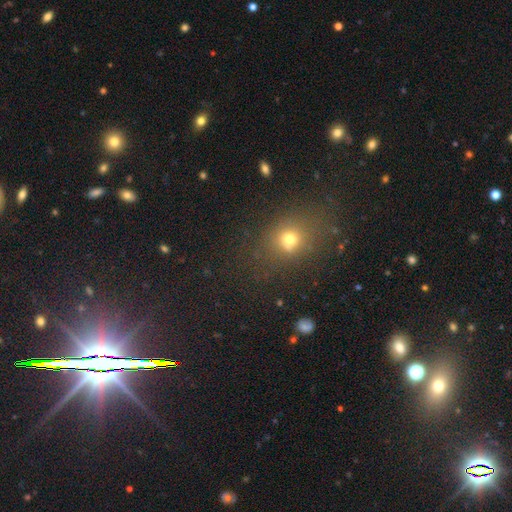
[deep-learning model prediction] This is possibly a smooth galaxy (50%). How rounded: likely round (73%). Merging: clearly none (84%).